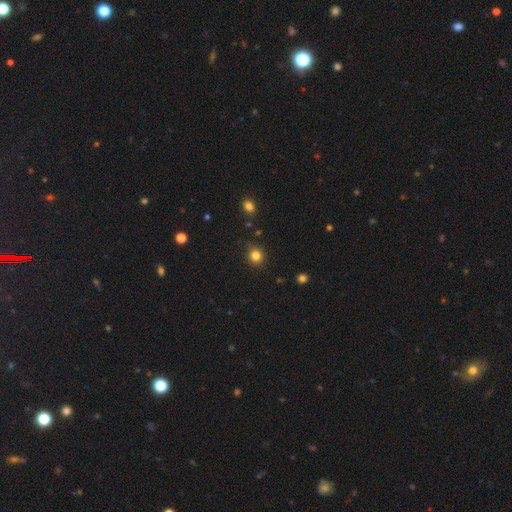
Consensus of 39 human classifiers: Smooth or featured?
  - smooth: 82% *
  - star or artifact: 10%
  - featured or disk: 8%
How rounded?
  - round: 75% *
  - in between: 22%
  - cigar-shaped: 3%
Merging?
  - none: 91% *
  - merger: 6%
  - major disturbance: 3%
  - minor disturbance: 0%